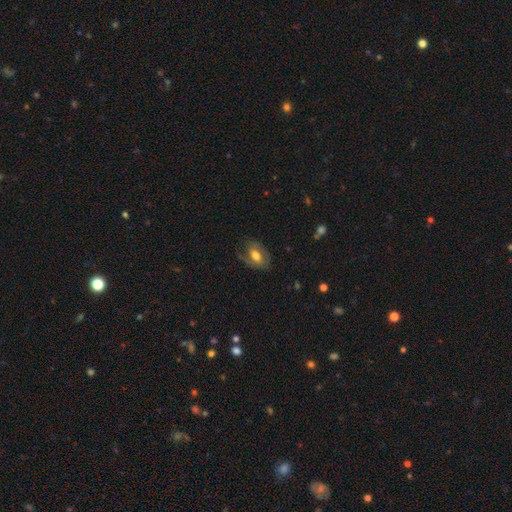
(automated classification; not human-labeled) smooth-or-featured: featured or disk: 51% | smooth: 42% | star or artifact: 7%
  disk-edge-on: no: 93% | yes: 7%
  merging: none: 64% | minor disturbance: 23% | major disturbance: 12% | merger: 1%